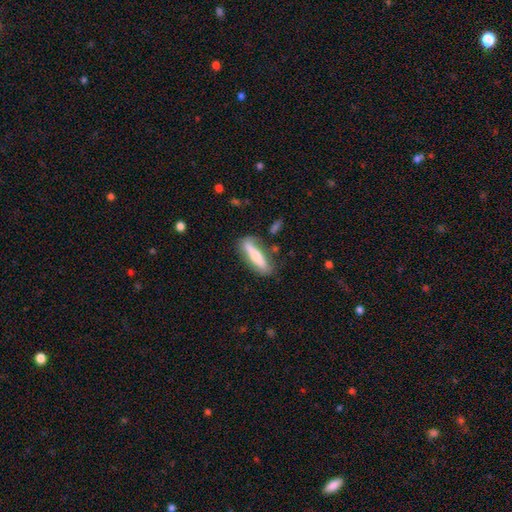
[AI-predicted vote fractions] A smooth galaxy with no disk features (62%) that is cigar-shaped (71%). Merging: none (74%).